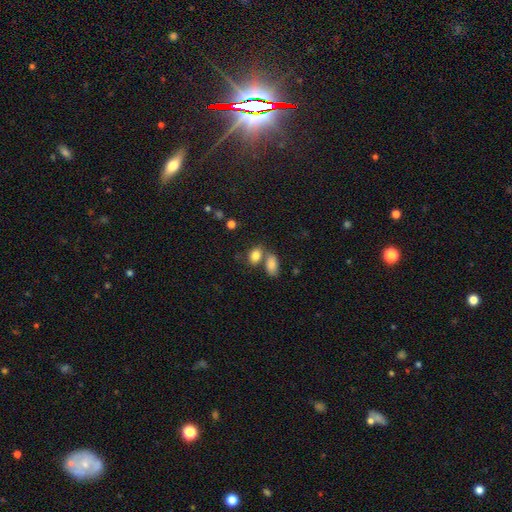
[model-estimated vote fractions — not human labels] Smooth or featured? smooth (83%)
How rounded? in between (79%)
Merging? none (45%)